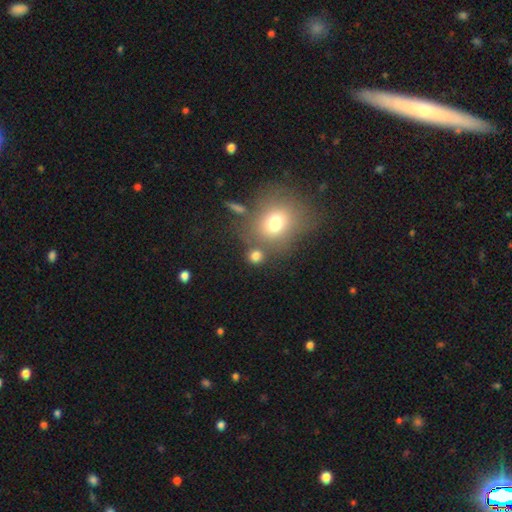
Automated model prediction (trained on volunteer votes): smooth-or-featured: smooth: 76% | star or artifact: 16% | featured or disk: 8%
  how-rounded: round: 83% | in between: 16% | cigar-shaped: 1%
  merging: none: 67% | merger: 18% | minor disturbance: 10% | major disturbance: 5%